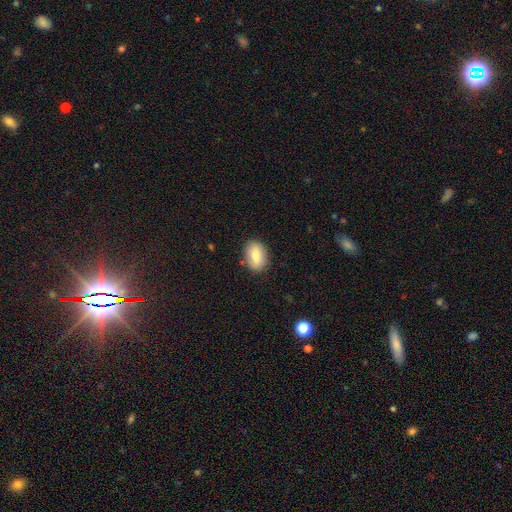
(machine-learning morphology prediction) This is clearly a smooth galaxy (81%). How rounded: clearly in between (85%). Merging: clearly none (84%).